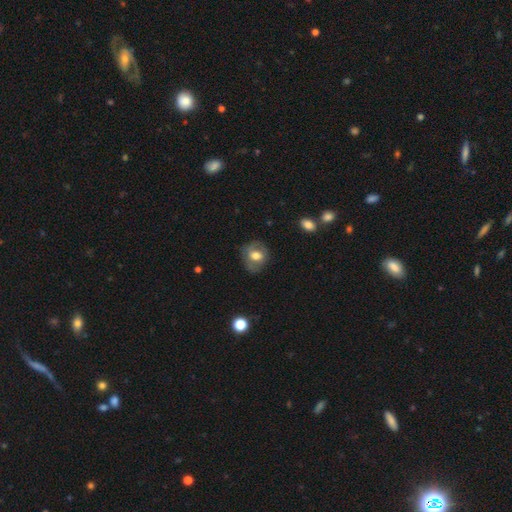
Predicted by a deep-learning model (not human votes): smooth-or-featured: smooth: 57% | featured or disk: 35% | star or artifact: 8%
  how-rounded: round: 66% | in between: 32% | cigar-shaped: 1%
  merging: none: 73% | minor disturbance: 18% | major disturbance: 7% | merger: 1%